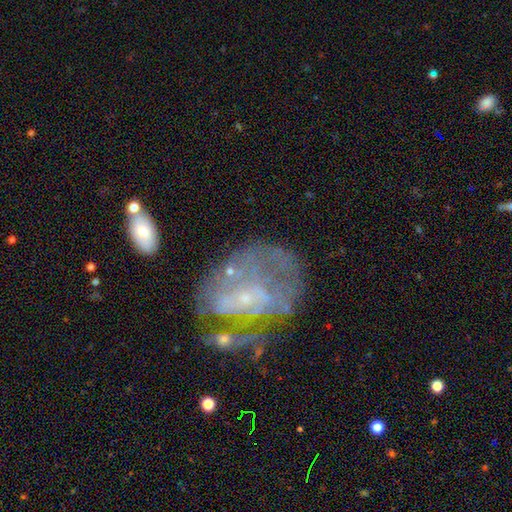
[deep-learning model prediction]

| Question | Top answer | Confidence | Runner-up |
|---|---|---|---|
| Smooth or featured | featured or disk | 62% | smooth (27%) |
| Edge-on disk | no | 96% | yes (4%) |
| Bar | no | 79% | weak (16%) |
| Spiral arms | no | 61% | yes (39%) |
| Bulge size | small | 61% | none (20%) |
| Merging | none | 32% | major disturbance (31%) |